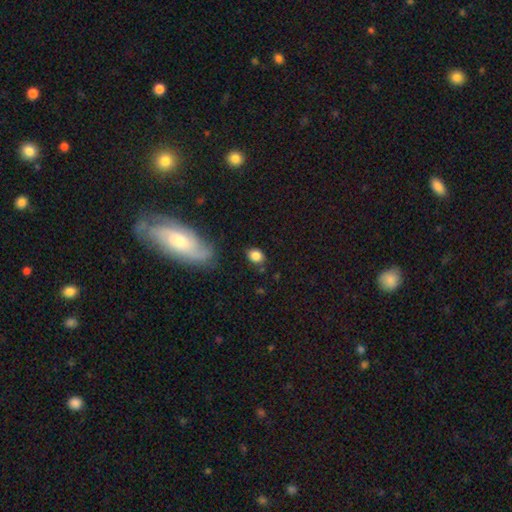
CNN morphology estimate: smooth-or-featured: smooth: 84% | star or artifact: 10% | featured or disk: 7%
  how-rounded: in between: 57% | round: 42% | cigar-shaped: 2%
  merging: none: 78% | minor disturbance: 14% | major disturbance: 4% | merger: 3%